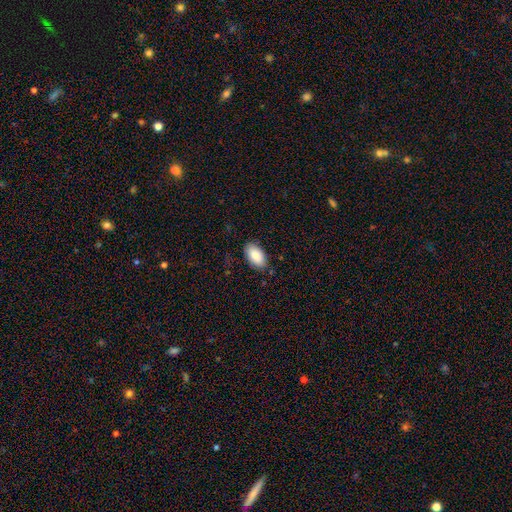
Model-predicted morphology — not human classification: This appears to be a smooth galaxy with no disk features (88%) that is in between round and cigar-shaped (95%). Merging: none (85%).